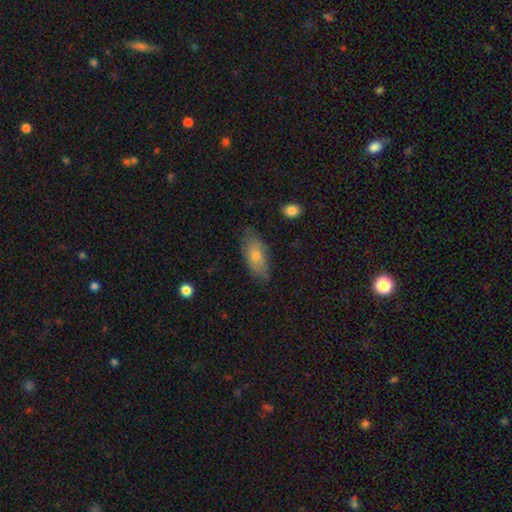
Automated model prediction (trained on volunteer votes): Q: Smooth or featured?
A: smooth (67%); runner-up: featured or disk (26%)
Q: How rounded?
A: in between (85%); runner-up: cigar-shaped (11%)
Q: Merging?
A: none (74%); runner-up: minor disturbance (20%)